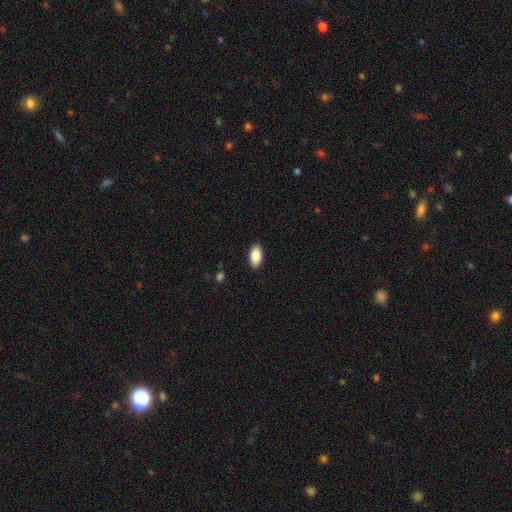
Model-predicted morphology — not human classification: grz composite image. It shows a smooth galaxy with no disk features (87%) that is in between round and cigar-shaped (93%). Merging: none (89%).